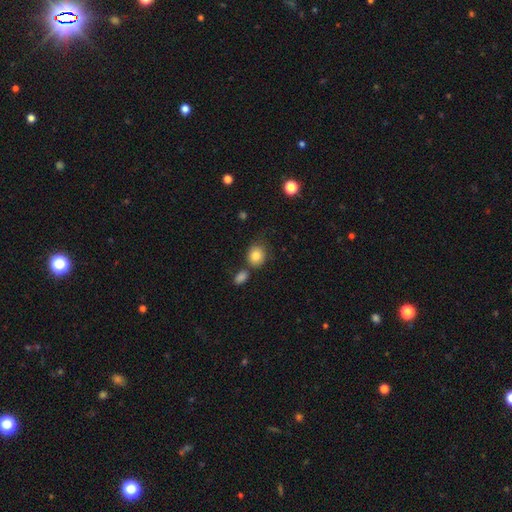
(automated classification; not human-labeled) A smooth galaxy with no disk features (83%) that is round (67%).

Vote fractions:
- Smooth or featured? smooth: 83% / star or artifact: 9% / featured or disk: 8%
- How rounded? round: 67% / in between: 32% / cigar-shaped: 1%
- Merging? none: 63% / minor disturbance: 17% / merger: 15% / major disturbance: 5%